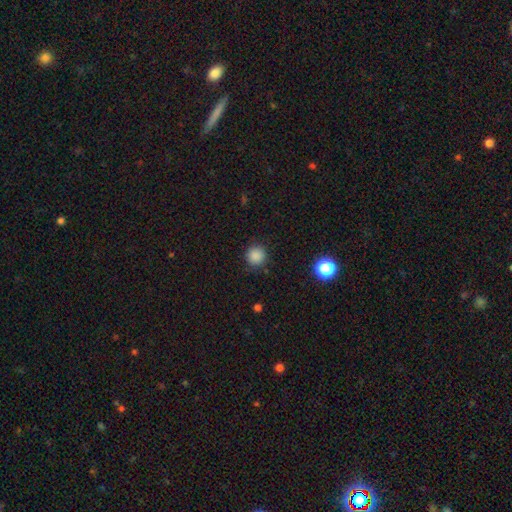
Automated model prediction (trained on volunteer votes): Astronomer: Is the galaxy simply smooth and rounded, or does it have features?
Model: smooth — 85%.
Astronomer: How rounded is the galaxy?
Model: round — 94%.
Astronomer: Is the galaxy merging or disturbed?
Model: none — 88%.